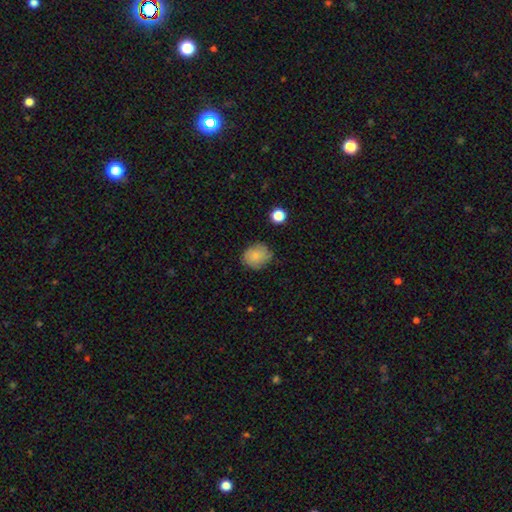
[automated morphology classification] A smooth galaxy with no disk features (77%) that is round (69%).

Vote fractions:
- Smooth or featured? smooth: 77% / featured or disk: 14% / star or artifact: 9%
- How rounded? round: 69% / in between: 31% / cigar-shaped: 1%
- Merging? none: 73% / minor disturbance: 21% / major disturbance: 5% / merger: 2%